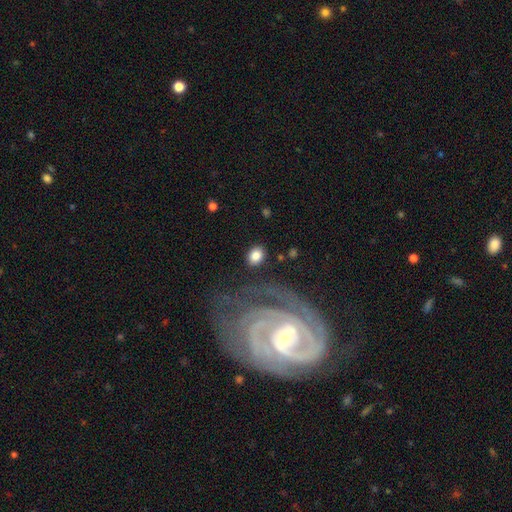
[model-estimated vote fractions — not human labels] smooth-or-featured: smooth: 82% | featured or disk: 11% | star or artifact: 7%
  how-rounded: in between: 61% | round: 38% | cigar-shaped: 1%
  merging: none: 81% | minor disturbance: 10% | major disturbance: 5% | merger: 4%